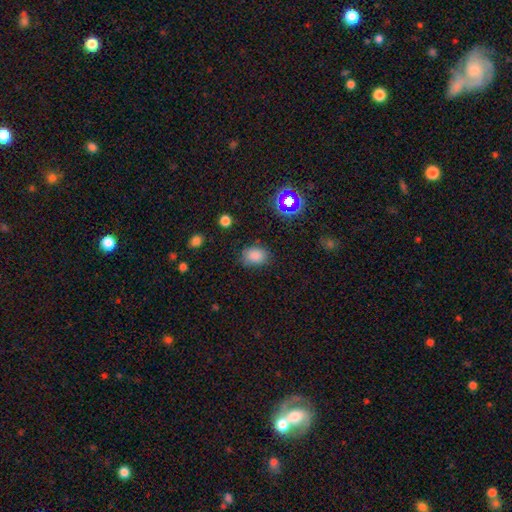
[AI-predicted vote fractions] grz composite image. It shows a smooth galaxy with no disk features (80%) that is in between round and cigar-shaped (67%). Merging: none (76%).